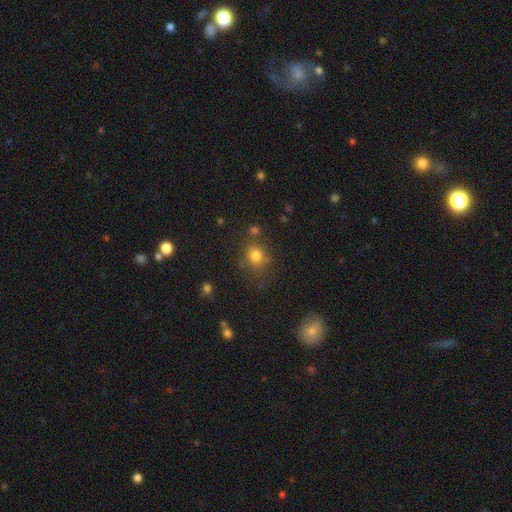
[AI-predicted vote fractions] This is likely a smooth galaxy (78%). How rounded: likely round (71%). Merging: likely none (72%).